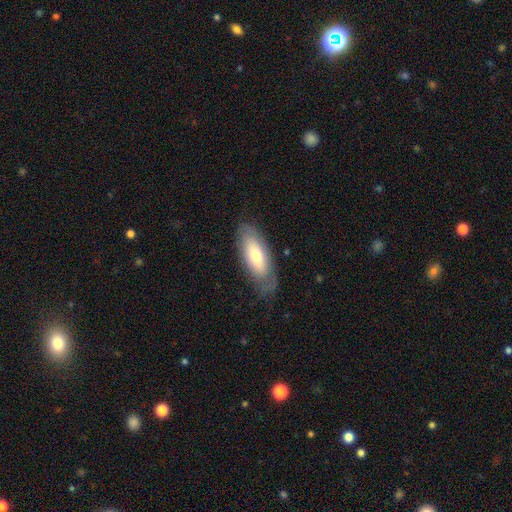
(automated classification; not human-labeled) Smooth or featured? smooth (64%)
How rounded? in between (76%)
Merging? none (75%)